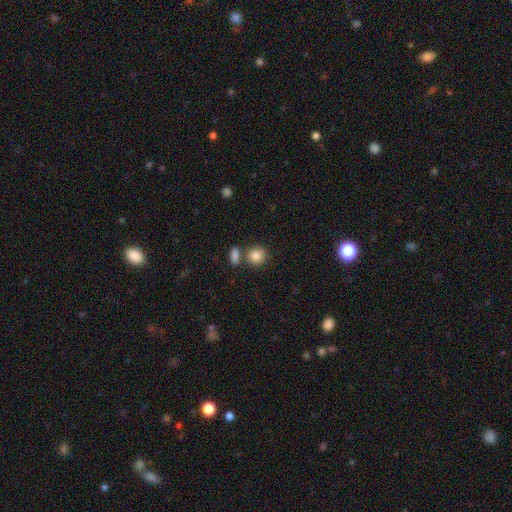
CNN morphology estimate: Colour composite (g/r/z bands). It shows a smooth galaxy with no disk features (85%) that is round (79%). Merging: none (64%).